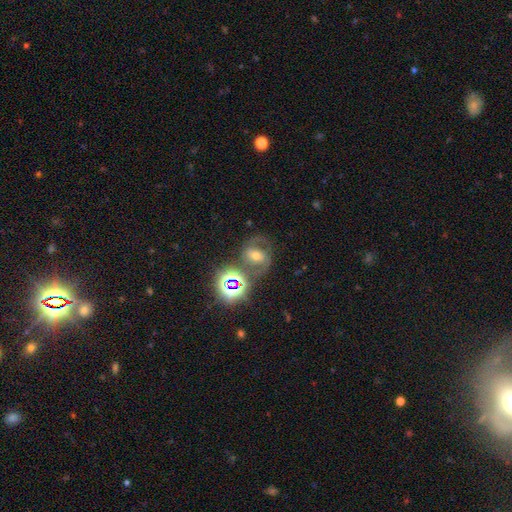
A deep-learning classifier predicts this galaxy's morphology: The model was most divided on "bar": no: 38%, weak: 35%, strong: 27%. More confident: edge-on disk — no (97%); spiral arms — yes (87%); spiral arm count — 2 (86%); bulge size — moderate (65%); merging — none (62%); smooth or featured — featured or disk (61%); spiral winding — medium (56%).